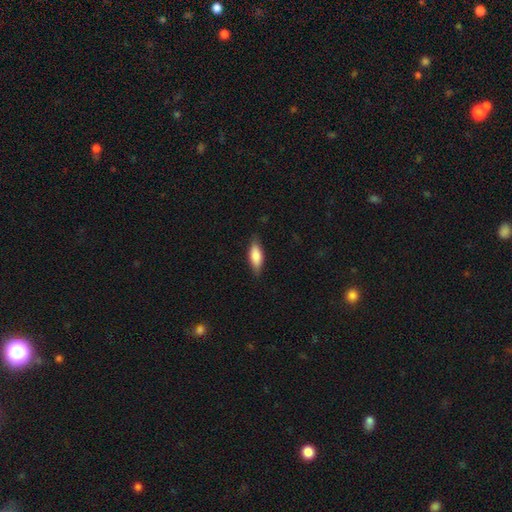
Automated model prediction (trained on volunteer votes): smooth 77%, featured or disk 17%, star or artifact 6%. Down the decision tree: how rounded — in between (66%); merging — none (82%).